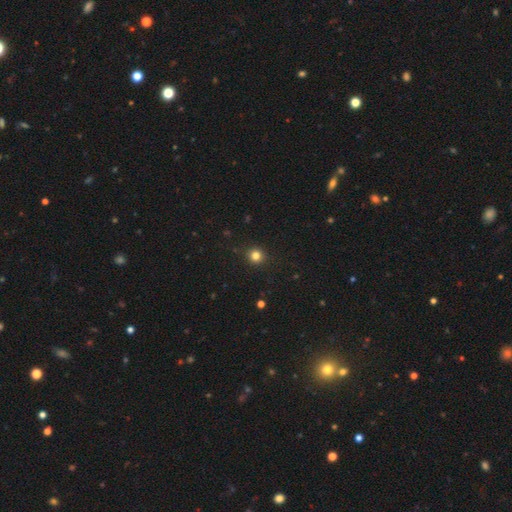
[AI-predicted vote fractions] Smooth or featured: smooth — 81% (star or artifact — 14%)
How rounded: round — 93% (in between — 6%)
Merging: none — 92% (minor disturbance — 6%)